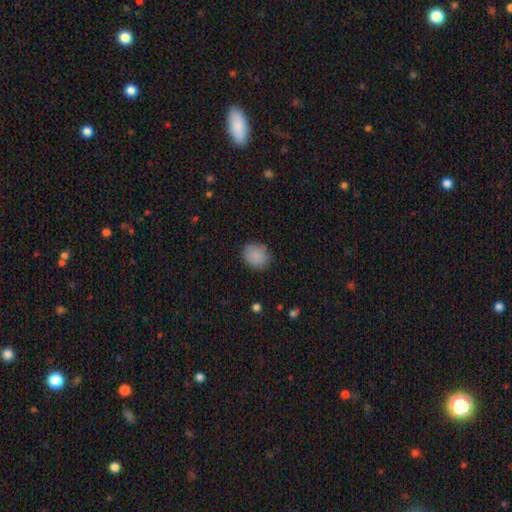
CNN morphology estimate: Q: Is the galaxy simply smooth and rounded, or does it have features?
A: smooth — 87%.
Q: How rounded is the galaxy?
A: round — 67%.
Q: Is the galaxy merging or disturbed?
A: none — 83%.